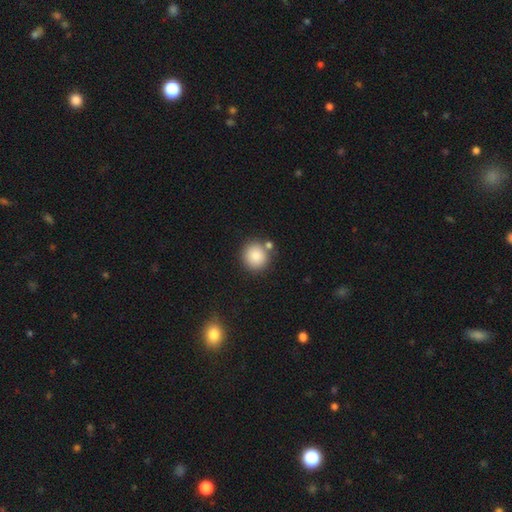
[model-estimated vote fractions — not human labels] smooth-or-featured: smooth: 86% | star or artifact: 9% | featured or disk: 6%
  how-rounded: round: 90% | in between: 9% | cigar-shaped: 1%
  merging: none: 76% | merger: 12% | minor disturbance: 9% | major disturbance: 3%